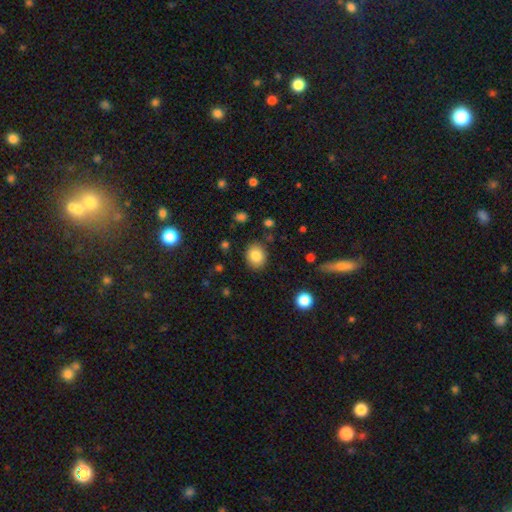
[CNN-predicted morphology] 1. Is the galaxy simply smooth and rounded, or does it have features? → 83% smooth, 9% star or artifact, 7% featured or disk.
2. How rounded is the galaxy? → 61% round, 39% in between, 1% cigar-shaped.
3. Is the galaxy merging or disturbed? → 86% none, 9% minor disturbance, 3% major disturbance, 2% merger.